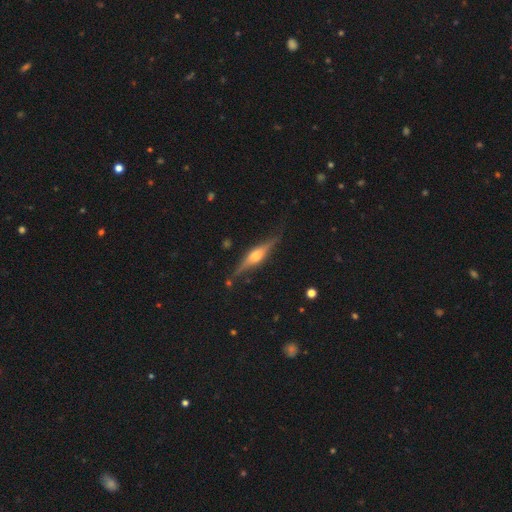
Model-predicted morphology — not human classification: Smooth or featured? Predicted: featured or disk (p=0.76). Edge-on disk? Predicted: yes (p=0.97). Edge-on bulge? Predicted: rounded (p=0.86). Merging? Predicted: none (p=0.84).